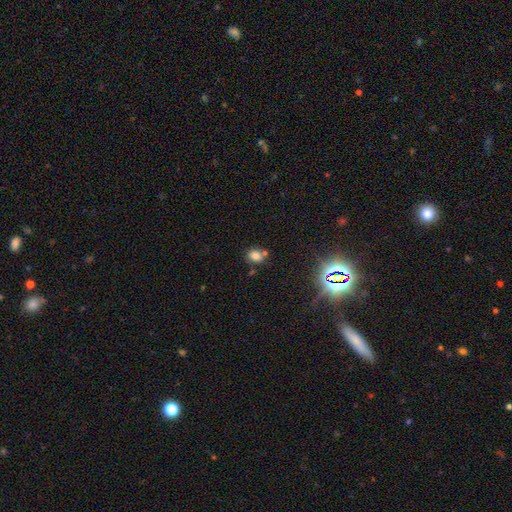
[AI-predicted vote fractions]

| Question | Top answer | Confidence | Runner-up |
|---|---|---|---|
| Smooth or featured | smooth | 77% | star or artifact (15%) |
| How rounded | in between | 50% | round (49%) |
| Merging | none | 60% | merger (21%) |